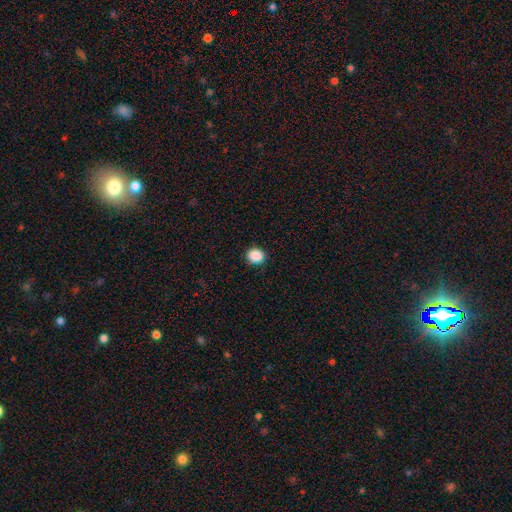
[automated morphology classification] A smooth galaxy with no disk features (88%) that is round (72%). Merging: none (88%).